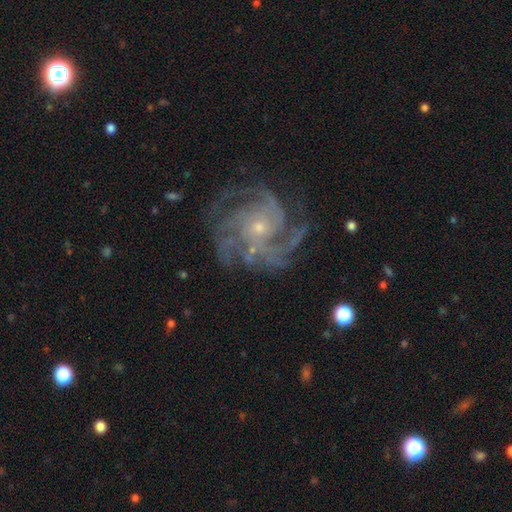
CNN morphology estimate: type=featured or disk (85%); edge-on=no (97%); bar=no (66%); spiral arms=yes (98%); winding=tight (62%); arm count=4 (27%); bulge=small (73%); merging=none (78%).